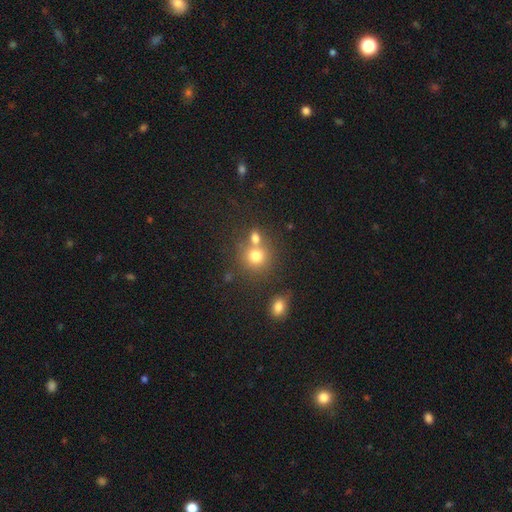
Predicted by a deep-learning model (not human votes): Smooth or featured? Predicted: smooth (p=0.75). How rounded? Predicted: round (p=0.83). Merging? Predicted: none (p=0.50).